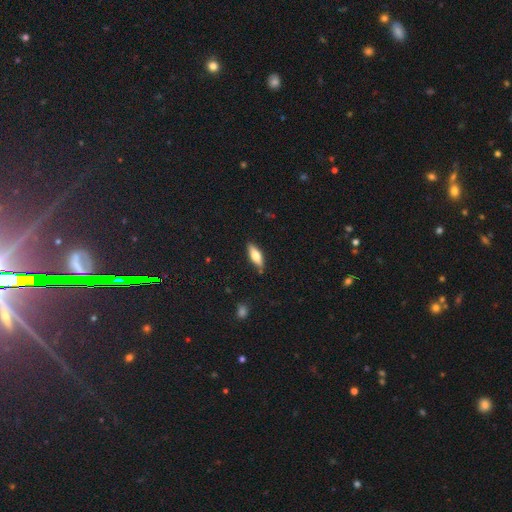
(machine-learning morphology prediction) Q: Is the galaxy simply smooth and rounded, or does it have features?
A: smooth — 61%.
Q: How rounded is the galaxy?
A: in between — 57%.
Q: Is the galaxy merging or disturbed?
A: none — 85%.